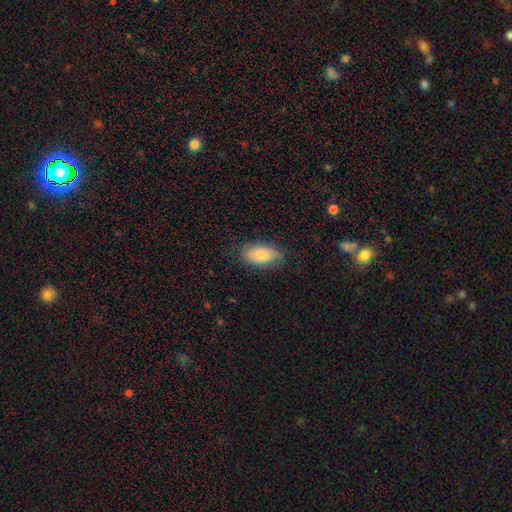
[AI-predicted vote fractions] Morphology: type=smooth (68%); roundness=in between (91%); merging=none (72%).